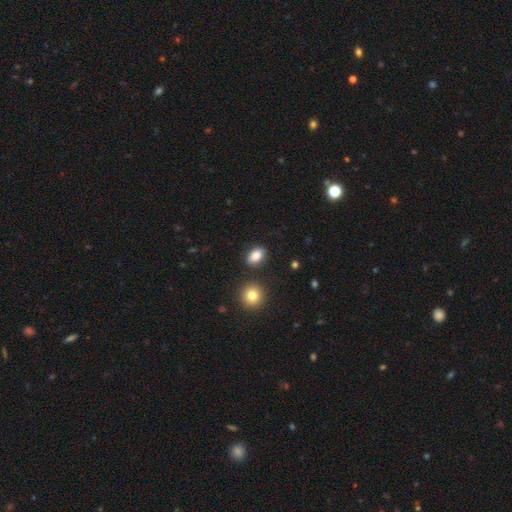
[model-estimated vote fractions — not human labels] Morphology: type=smooth (86%); roundness=in between (82%); merging=none (85%).